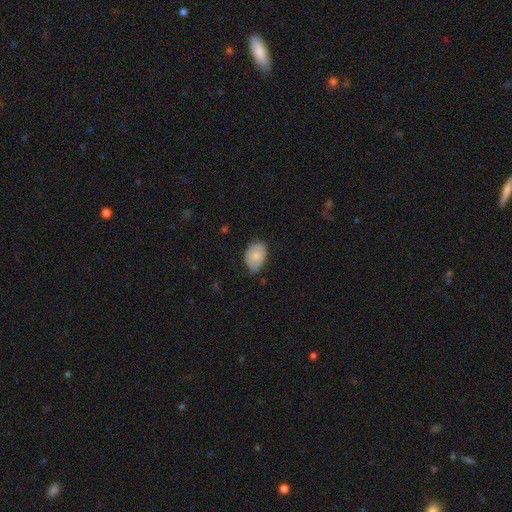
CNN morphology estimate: Q: Smooth or featured?
A: smooth (72%); runner-up: featured or disk (21%)
Q: How rounded?
A: in between (81%); runner-up: round (18%)
Q: Merging?
A: none (48%); runner-up: minor disturbance (42%)